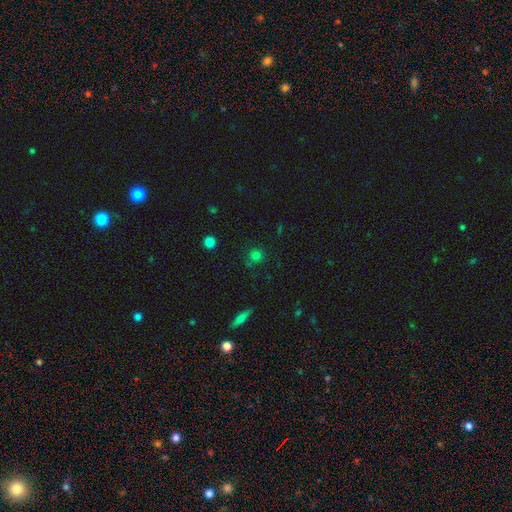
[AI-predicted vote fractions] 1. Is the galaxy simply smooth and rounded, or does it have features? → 74% smooth, 19% star or artifact, 7% featured or disk.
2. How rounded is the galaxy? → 89% round, 9% in between, 1% cigar-shaped.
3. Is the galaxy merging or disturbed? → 80% none, 11% minor disturbance, 5% merger, 3% major disturbance.